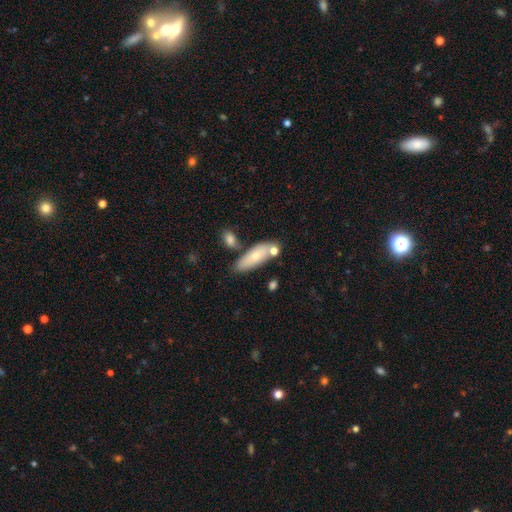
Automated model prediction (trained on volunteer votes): The model was most divided on "how rounded": in between: 59%, cigar-shaped: 38%, round: 3%. More confident: smooth or featured — smooth (70%); merging — none (63%).